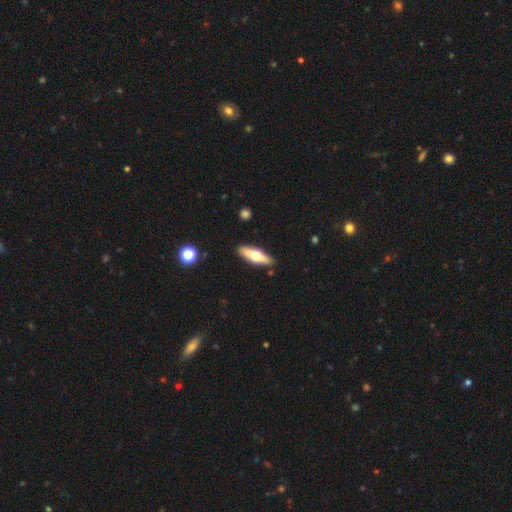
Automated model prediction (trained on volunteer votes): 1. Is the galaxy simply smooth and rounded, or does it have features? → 48% featured or disk, 46% smooth, 6% star or artifact.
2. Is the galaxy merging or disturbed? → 88% none, 9% minor disturbance, 2% major disturbance, 2% merger.